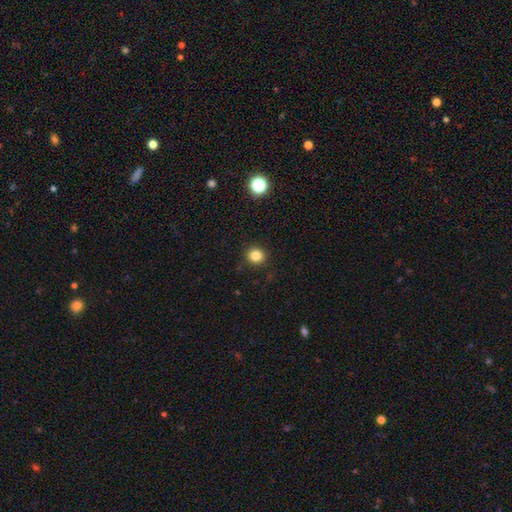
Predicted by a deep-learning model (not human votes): Morphology: type=smooth (82%); roundness=round (90%); merging=none (91%).